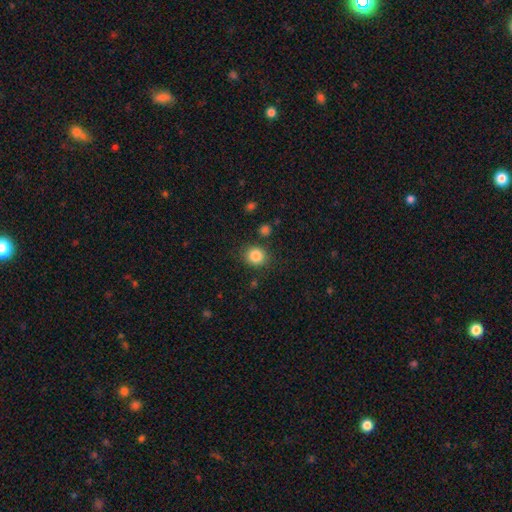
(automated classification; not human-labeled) Overall: smooth (85%). How rounded: round (80%). Merging: none (84%).